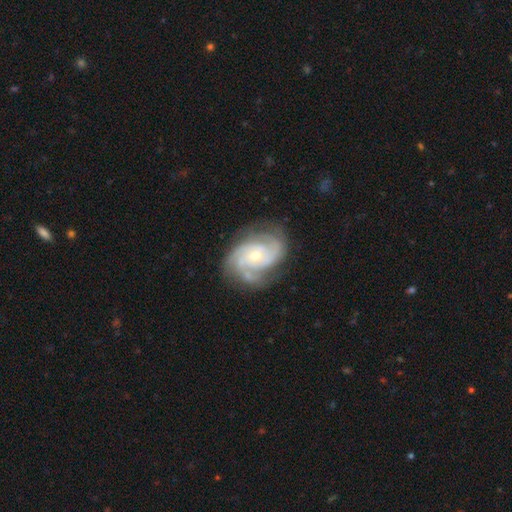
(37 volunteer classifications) Morphology: type=featured or disk (89%); edge-on=no (94%); bar=no (74%); spiral arms=yes (97%); winding=tight (50%); arm count=3 (87%); bulge=small (58%); merging=none (72%).